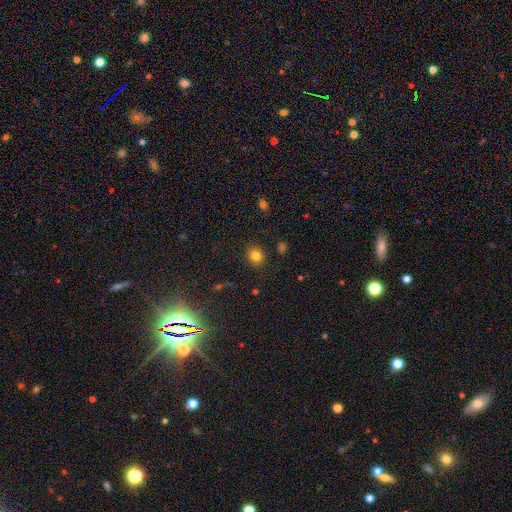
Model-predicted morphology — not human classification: Smooth or featured: smooth — 80% (star or artifact — 13%)
How rounded: round — 69% (in between — 30%)
Merging: none — 86% (minor disturbance — 9%)